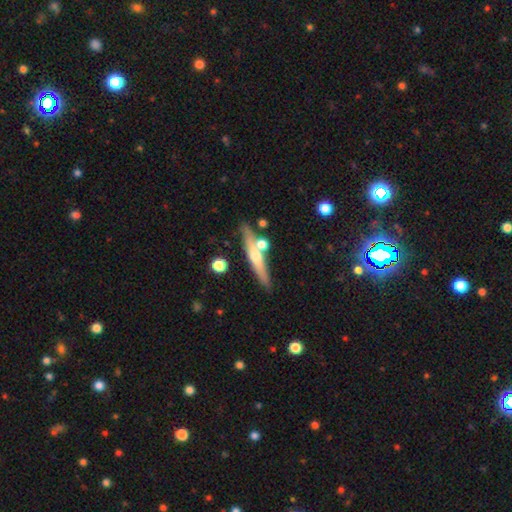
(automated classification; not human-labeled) Smooth or featured: featured or disk — 54% (smooth — 39%)
Edge-on disk: yes — 92% (no — 8%)
Merging: none — 74% (merger — 12%)